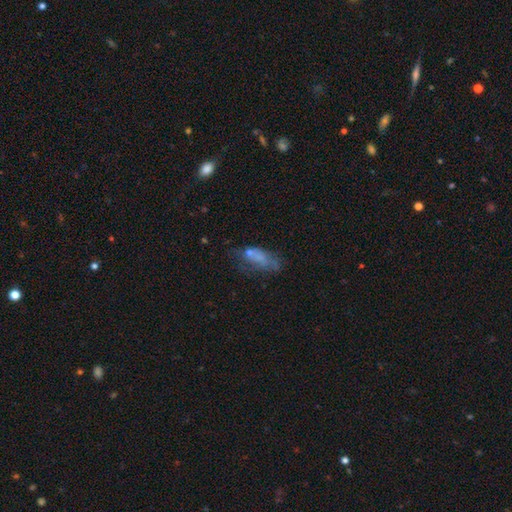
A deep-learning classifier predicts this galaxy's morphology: Overall: smooth (55%; featured or disk 33%). How rounded: in between (80%). Merging: none (34%; major disturbance 30%).